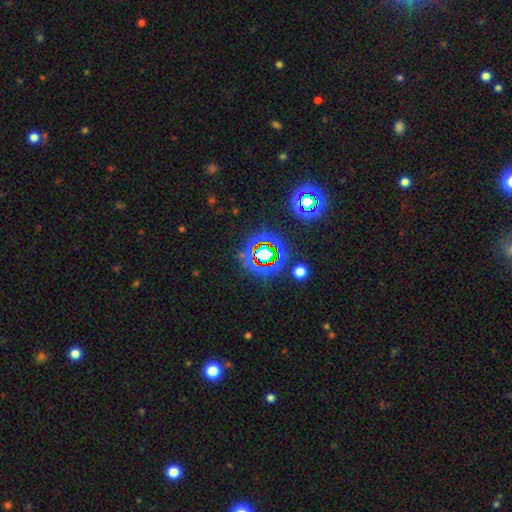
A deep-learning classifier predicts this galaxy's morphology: smooth_or_featured: star or artifact (p=0.69) [alt: smooth p=0.16]